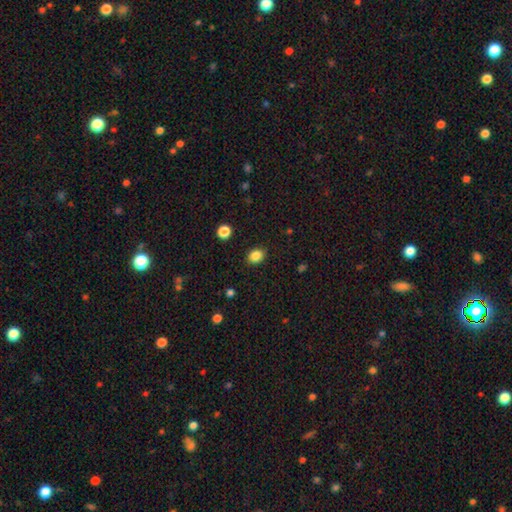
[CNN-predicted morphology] Overall: smooth (86%). How rounded: round (50%; in between 49%). Merging: none (88%).